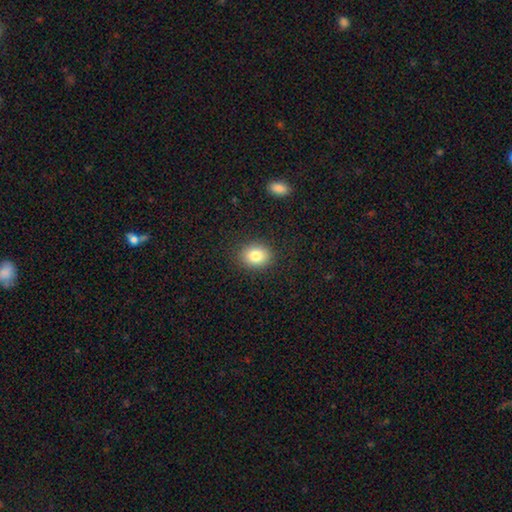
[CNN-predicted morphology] A smooth galaxy with no disk features (83%) that is round (50%).

Vote fractions:
- Smooth or featured? smooth: 83% / star or artifact: 10% / featured or disk: 8%
- How rounded? round: 50% / in between: 49% / cigar-shaped: 1%
- Merging? none: 88% / minor disturbance: 8% / major disturbance: 3% / merger: 1%